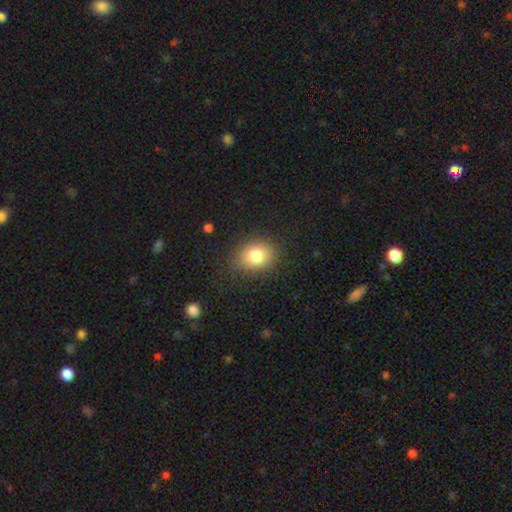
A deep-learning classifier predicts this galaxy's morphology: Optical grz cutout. It shows a smooth galaxy with no disk features (81%) that is in between round and cigar-shaped (53%). Merging: none (83%).